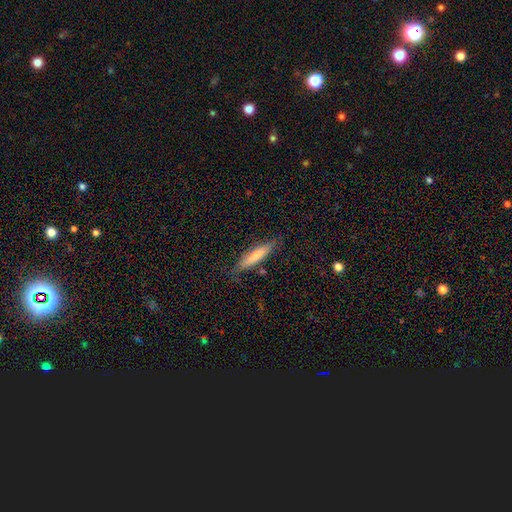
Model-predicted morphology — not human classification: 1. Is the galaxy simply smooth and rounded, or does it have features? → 70% smooth, 24% featured or disk, 6% star or artifact.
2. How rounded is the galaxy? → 79% cigar-shaped, 19% in between, 2% round.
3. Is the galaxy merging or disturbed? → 77% none, 17% minor disturbance, 4% major disturbance, 2% merger.